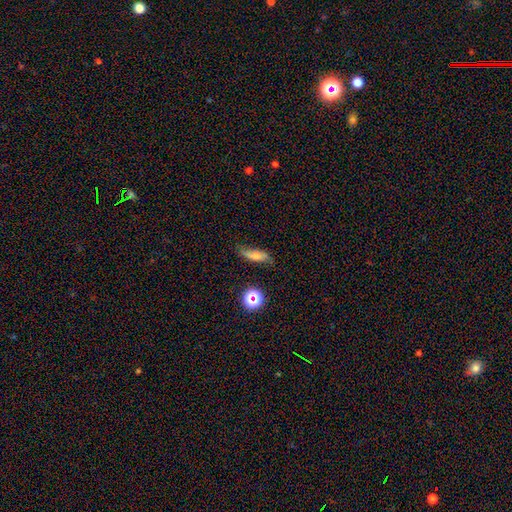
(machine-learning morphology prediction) Smooth or featured? Predicted: smooth (p=0.56). How rounded? Predicted: in between (p=0.49). Merging? Predicted: none (p=0.67).